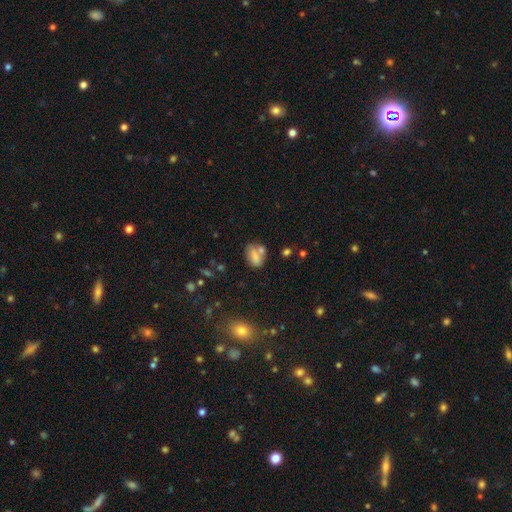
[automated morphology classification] Q: Smooth or featured?
A: smooth (73%); runner-up: featured or disk (16%)
Q: How rounded?
A: in between (79%); runner-up: round (17%)
Q: Merging?
A: none (46%); runner-up: merger (27%)